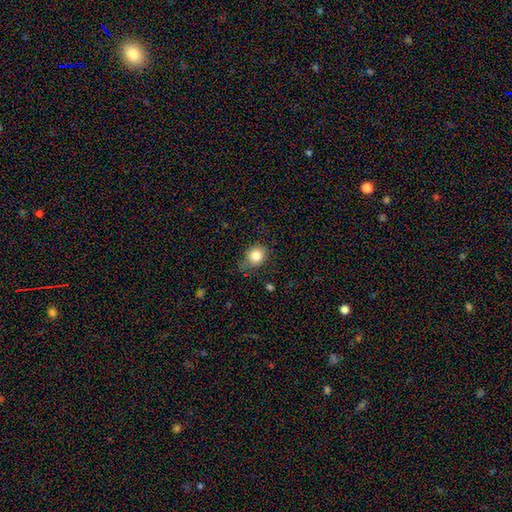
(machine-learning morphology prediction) A smooth galaxy with no disk features (82%) that is round (67%). Merging: none (64%).